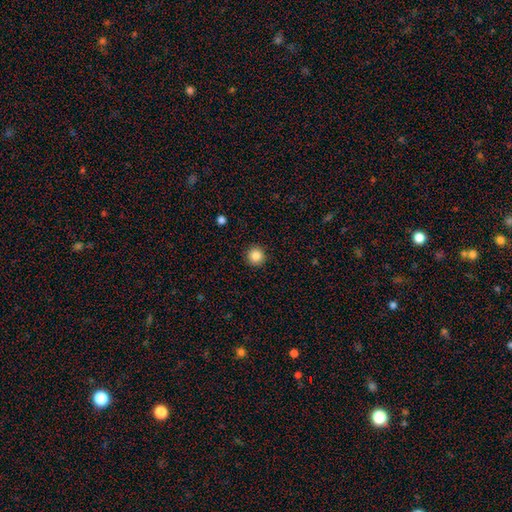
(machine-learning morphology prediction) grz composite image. It shows a smooth galaxy with no disk features (85%) that is round (96%). Merging: none (92%).